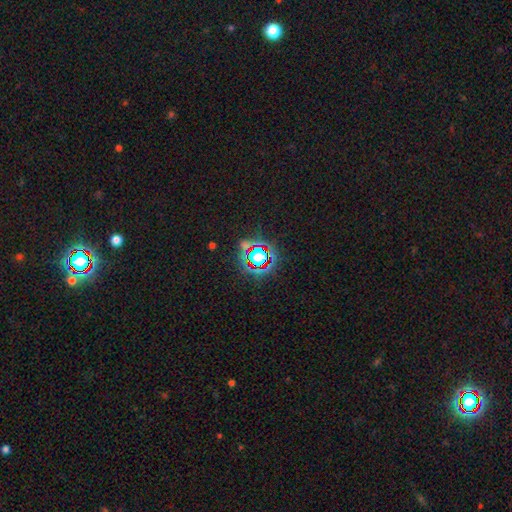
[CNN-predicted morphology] Overall: star or artifact (74%).